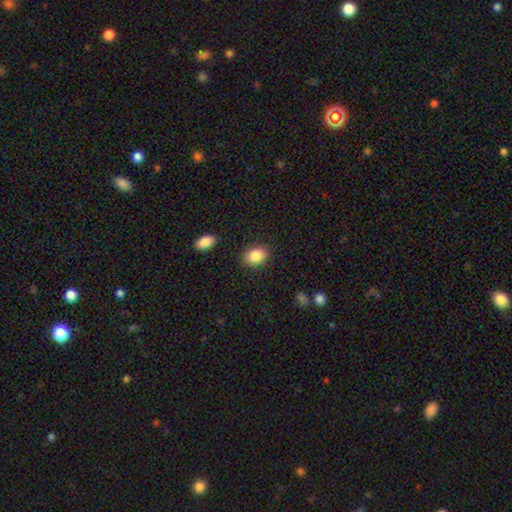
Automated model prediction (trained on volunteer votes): Overall: smooth (86%). How rounded: in between (73%). Merging: none (86%).